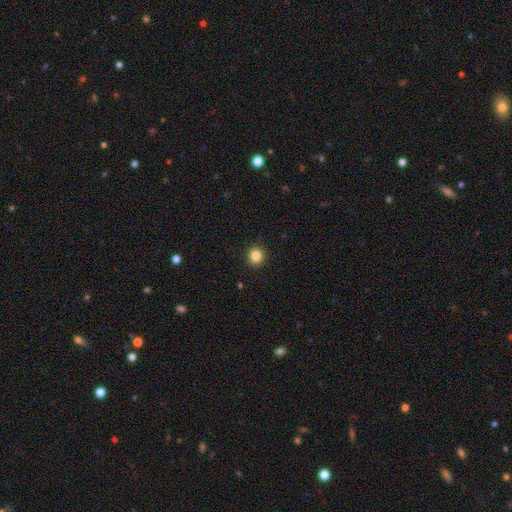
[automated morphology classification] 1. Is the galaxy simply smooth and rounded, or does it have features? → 85% smooth, 11% star or artifact, 5% featured or disk.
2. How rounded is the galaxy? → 90% round, 9% in between, 1% cigar-shaped.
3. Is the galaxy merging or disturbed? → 92% none, 5% minor disturbance, 2% major disturbance, 1% merger.